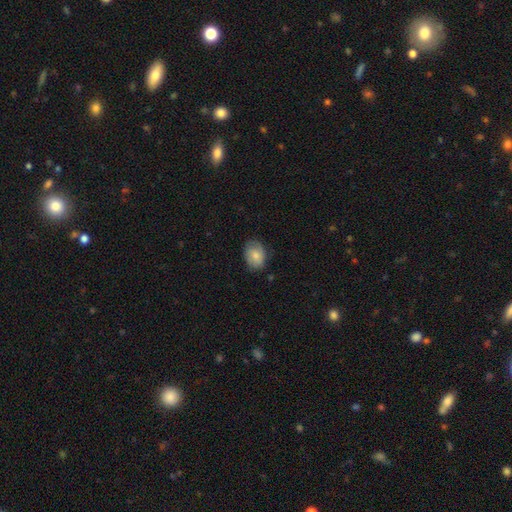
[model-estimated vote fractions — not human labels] smooth-or-featured: smooth: 75% | featured or disk: 19% | star or artifact: 7%
  how-rounded: in between: 72% | round: 27% | cigar-shaped: 1%
  merging: none: 70% | minor disturbance: 24% | major disturbance: 5% | merger: 1%